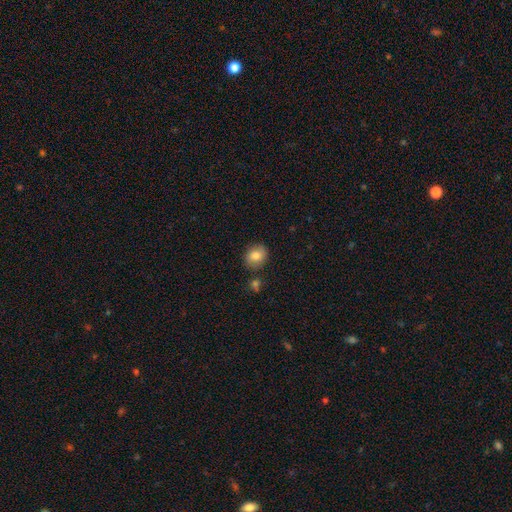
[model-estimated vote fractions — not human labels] This is clearly a smooth galaxy (82%). How rounded: possibly round (59%). Merging: clearly none (82%).